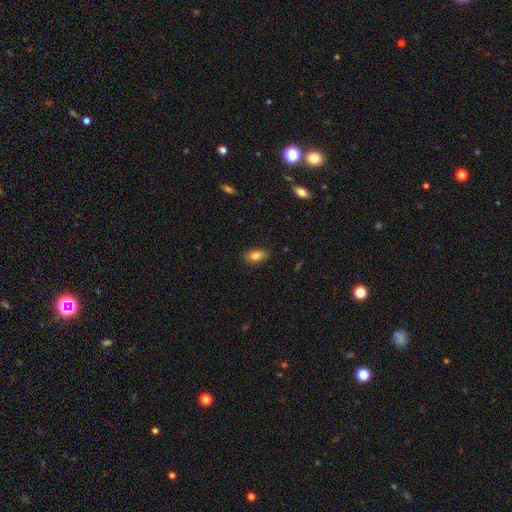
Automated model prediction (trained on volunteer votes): This is clearly a smooth galaxy (84%). How rounded: clearly in between (90%). Merging: clearly none (85%).